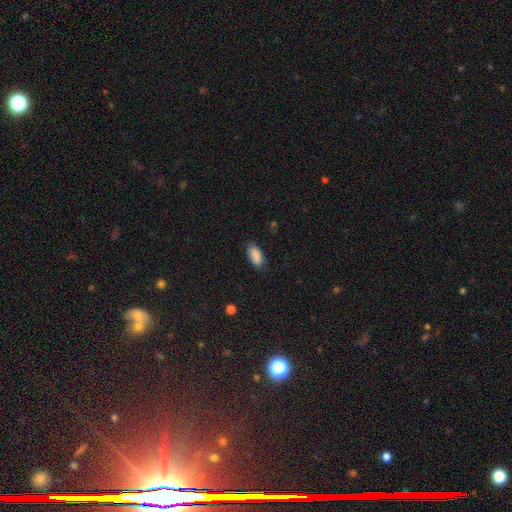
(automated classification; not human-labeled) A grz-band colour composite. It shows a smooth galaxy with no disk features (89%) that is in between round and cigar-shaped (87%). Merging: none (80%).